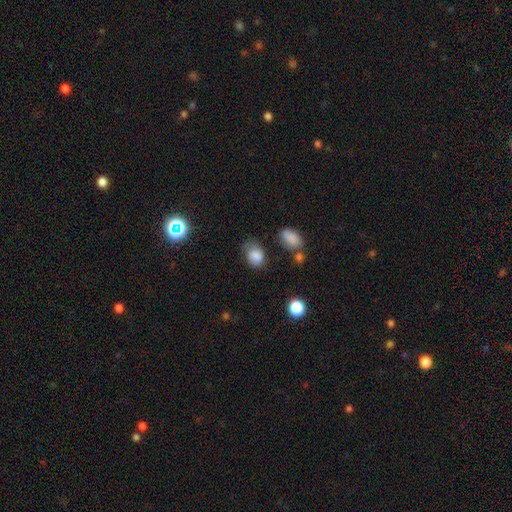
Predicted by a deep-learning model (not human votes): Morphology: type=smooth (79%); roundness=in between (66%); merging=none (47%).